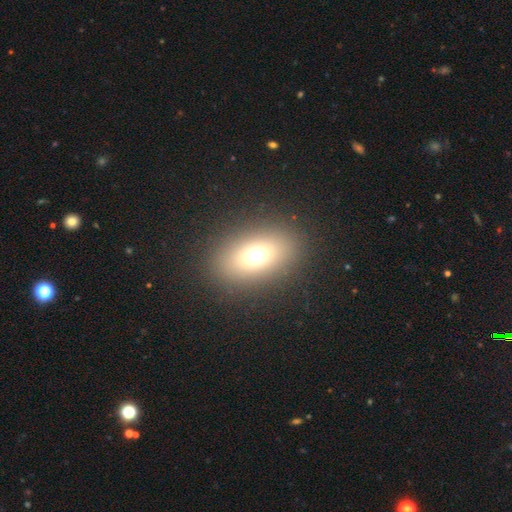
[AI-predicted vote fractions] A smooth galaxy with no disk features (68%) that is in between round and cigar-shaped (75%).

Vote fractions:
- Smooth or featured? smooth: 68% / star or artifact: 17% / featured or disk: 15%
- How rounded? in between: 75% / round: 22% / cigar-shaped: 3%
- Merging? none: 86% / minor disturbance: 8% / major disturbance: 5% / merger: 1%